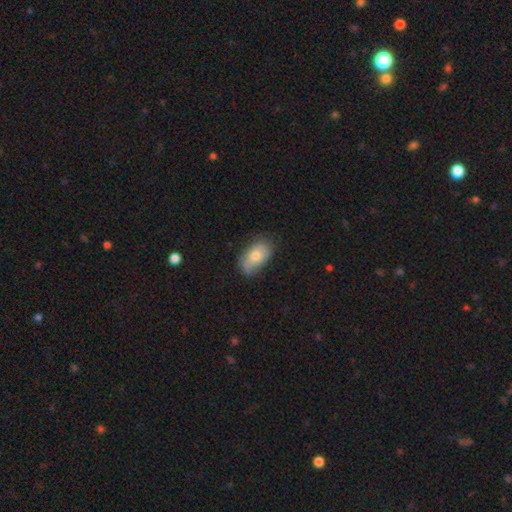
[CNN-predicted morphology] A smooth galaxy with no disk features (69%) that is in between round and cigar-shaped (92%).

Vote fractions:
- Smooth or featured? smooth: 69% / featured or disk: 23% / star or artifact: 8%
- How rounded? in between: 92% / round: 6% / cigar-shaped: 2%
- Merging? none: 59% / minor disturbance: 31% / major disturbance: 8% / merger: 2%